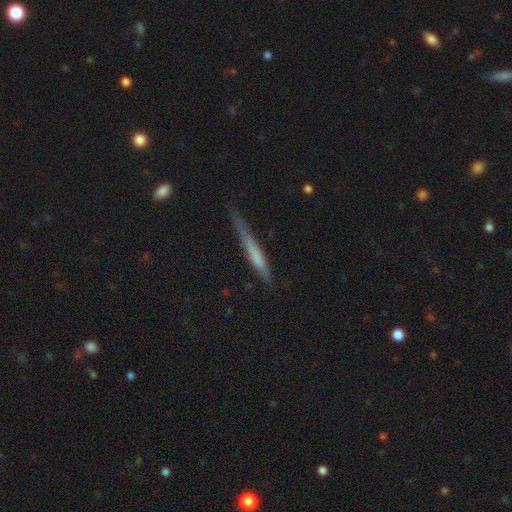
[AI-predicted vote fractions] Smooth or featured?
  - smooth: 55% *
  - featured or disk: 38%
  - star or artifact: 7%
How rounded?
  - cigar-shaped: 94% *
  - in between: 4%
  - round: 2%
Merging?
  - none: 70% *
  - minor disturbance: 22%
  - major disturbance: 6%
  - merger: 2%